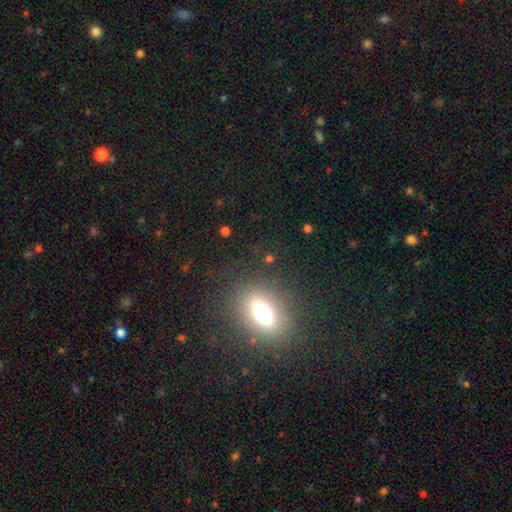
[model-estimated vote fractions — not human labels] The model was most divided on "smooth or featured": smooth: 63%, star or artifact: 21%, featured or disk: 16%. More confident: merging — none (87%); how rounded — in between (72%).